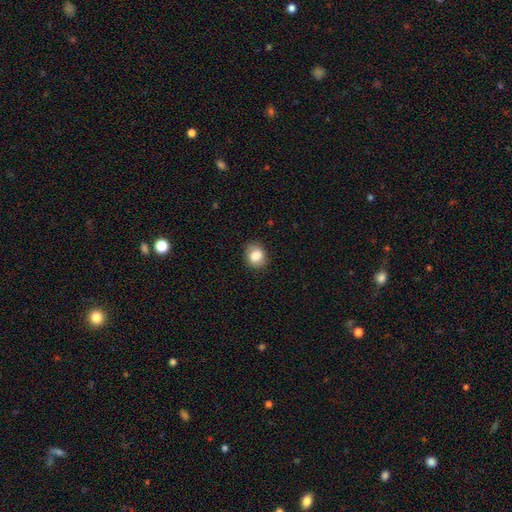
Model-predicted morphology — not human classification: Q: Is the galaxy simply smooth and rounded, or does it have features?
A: smooth — 83%.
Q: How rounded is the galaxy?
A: round — 60%.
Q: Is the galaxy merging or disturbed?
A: none — 84%.